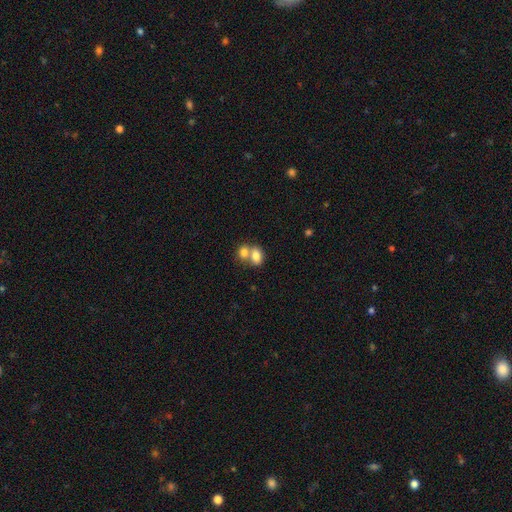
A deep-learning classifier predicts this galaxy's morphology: smooth_or_featured: smooth (p=0.79) [alt: featured or disk p=0.12]
how_rounded: in between (p=0.77) [alt: round p=0.22]
merging: merger (p=0.62) [alt: none p=0.28]